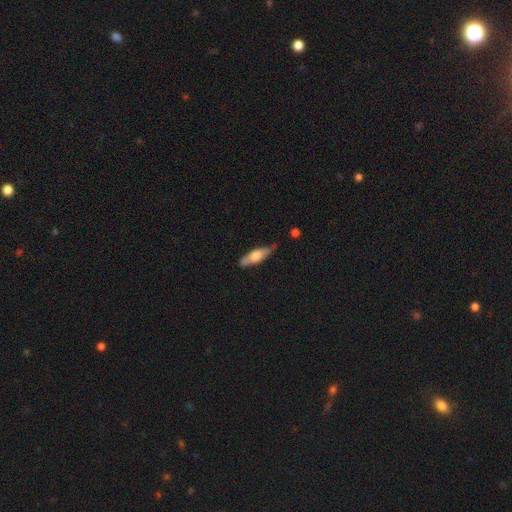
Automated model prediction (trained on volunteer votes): Overall: smooth (50%; featured or disk 45%). Merging: none (72%).